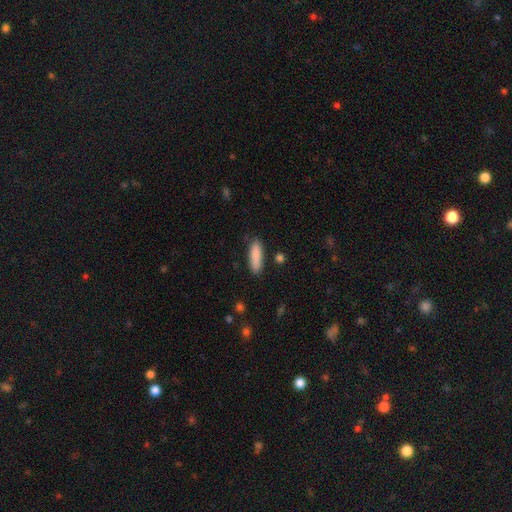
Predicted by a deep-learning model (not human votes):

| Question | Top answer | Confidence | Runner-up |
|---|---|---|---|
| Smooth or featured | smooth | 87% | featured or disk (7%) |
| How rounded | cigar-shaped | 58% | in between (40%) |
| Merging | none | 84% | minor disturbance (12%) |